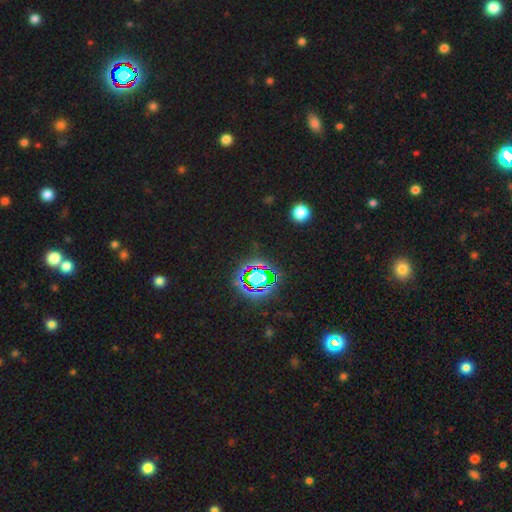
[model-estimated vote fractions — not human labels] A star or artifact, not a galaxy (80%).